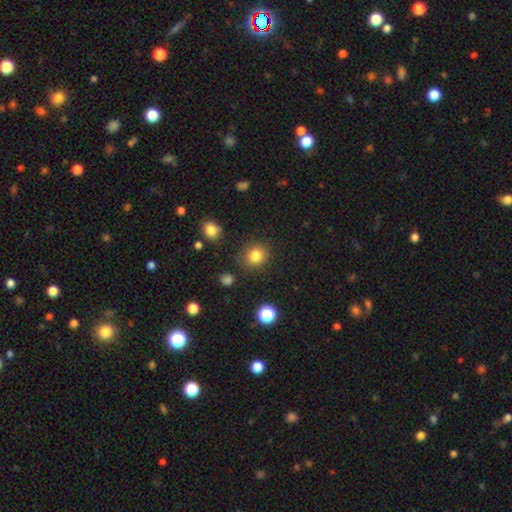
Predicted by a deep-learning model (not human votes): smooth_or_featured: smooth (p=0.82) [alt: star or artifact p=0.12]
how_rounded: round (p=0.86) [alt: in between p=0.13]
merging: none (p=0.85) [alt: minor disturbance p=0.09]